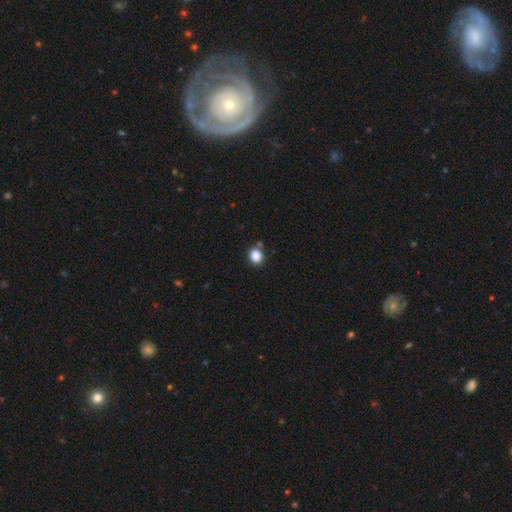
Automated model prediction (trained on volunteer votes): This is clearly a smooth galaxy (86%). How rounded: likely round (65%). Merging: likely none (79%).